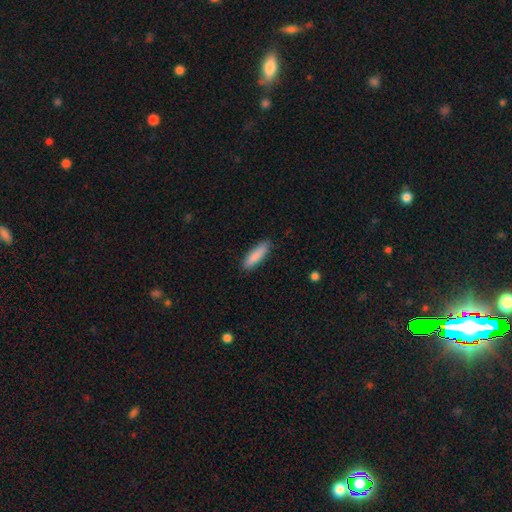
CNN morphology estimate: Smooth or featured?
  - smooth: 87% *
  - featured or disk: 8%
  - star or artifact: 6%
How rounded?
  - cigar-shaped: 64% *
  - in between: 34%
  - round: 1%
Merging?
  - none: 87% *
  - minor disturbance: 10%
  - major disturbance: 2%
  - merger: 1%